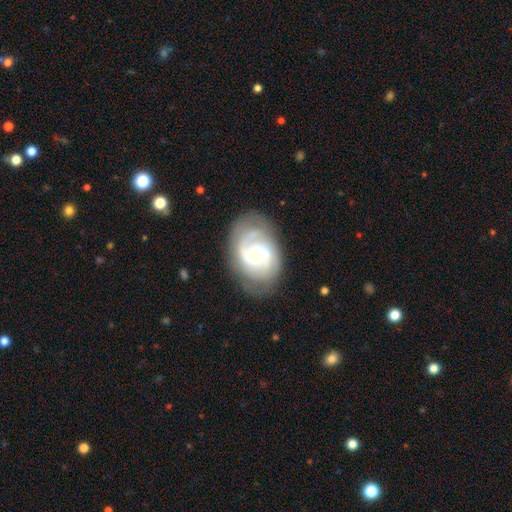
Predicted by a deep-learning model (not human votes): This appears to be a featured or disk galaxy (84%) with no bar (69%), 2 (51%) tight (57%) spiral arms (95%) and a small central bulge (60%). Merging: none (74%).